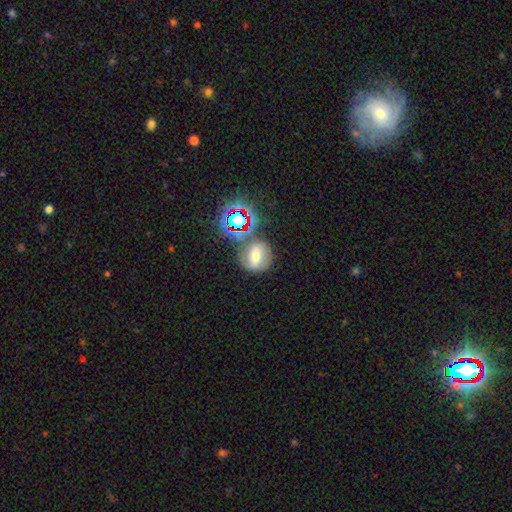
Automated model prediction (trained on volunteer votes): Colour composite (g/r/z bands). It shows a smooth galaxy with no disk features (44%). Merging: none (64%).